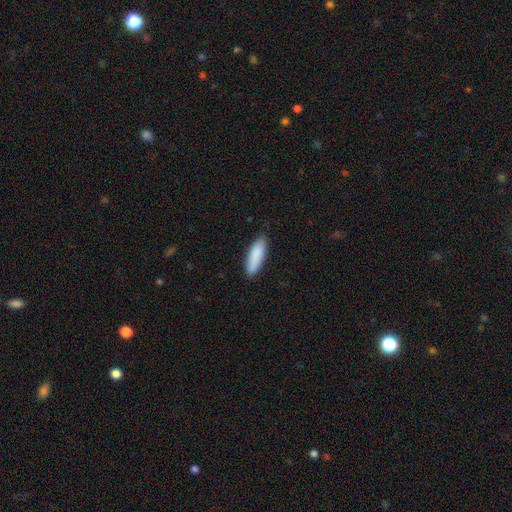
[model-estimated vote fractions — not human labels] smooth 89%, featured or disk 6%, star or artifact 6%. Down the decision tree: how rounded — cigar-shaped (50%); merging — none (84%).